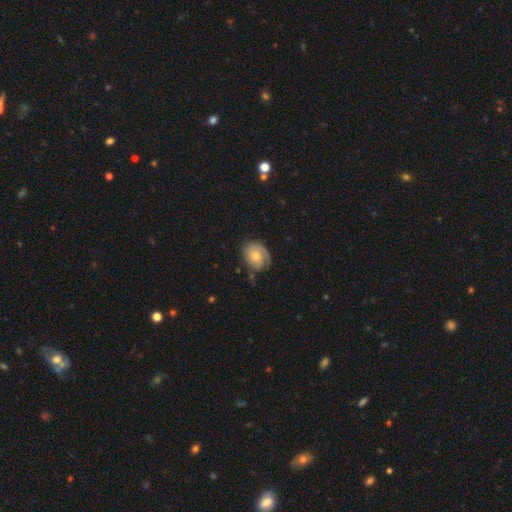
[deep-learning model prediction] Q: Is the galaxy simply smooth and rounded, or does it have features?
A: featured or disk — 59%.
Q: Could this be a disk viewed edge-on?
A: no — 96%.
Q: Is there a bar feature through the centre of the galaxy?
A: no — 77%.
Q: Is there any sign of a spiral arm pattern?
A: yes — 86%.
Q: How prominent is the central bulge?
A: moderate — 59%.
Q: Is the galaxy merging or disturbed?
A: none — 63%.